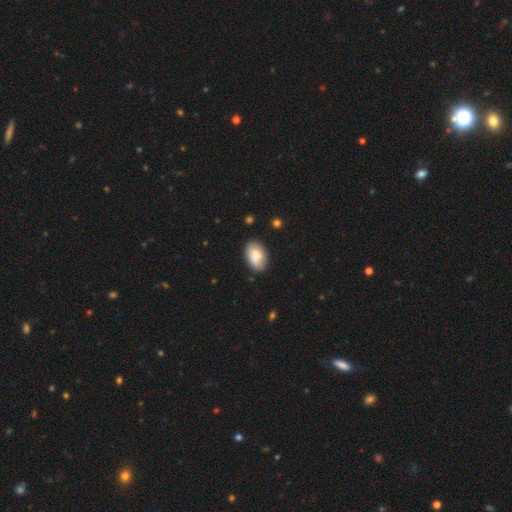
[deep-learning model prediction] This appears to be a smooth galaxy with no disk features (77%) that is in between round and cigar-shaped (91%). Merging: none (78%).